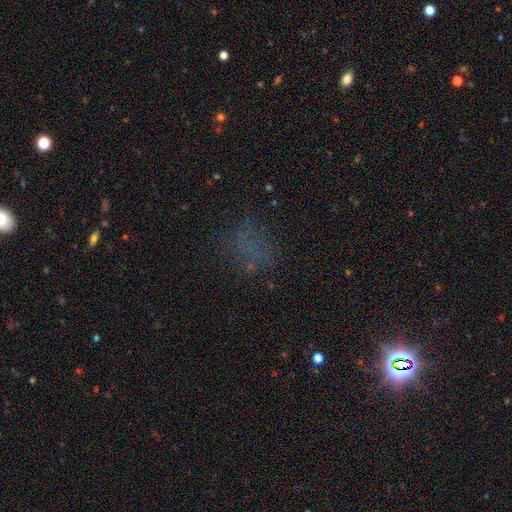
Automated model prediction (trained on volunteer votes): Smooth or featured? smooth (41%, tied with star or artifact)
Merging? none (64%)